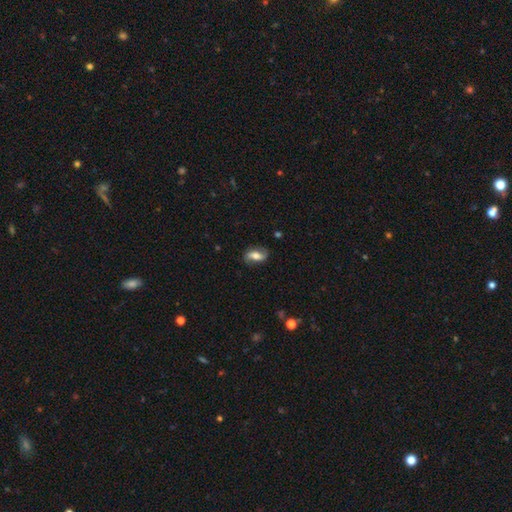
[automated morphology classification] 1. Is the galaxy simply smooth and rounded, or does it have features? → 50% featured or disk, 42% smooth, 7% star or artifact.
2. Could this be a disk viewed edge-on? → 89% no, 11% yes.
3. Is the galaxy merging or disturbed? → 77% none, 17% minor disturbance, 5% major disturbance, 1% merger.